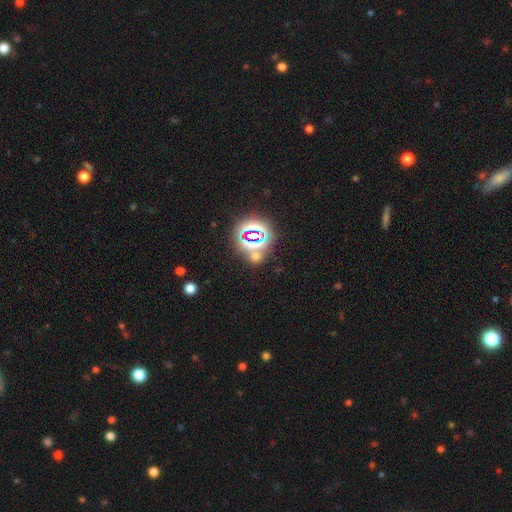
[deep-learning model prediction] star or artifact 61%, smooth 30%, featured or disk 8%.